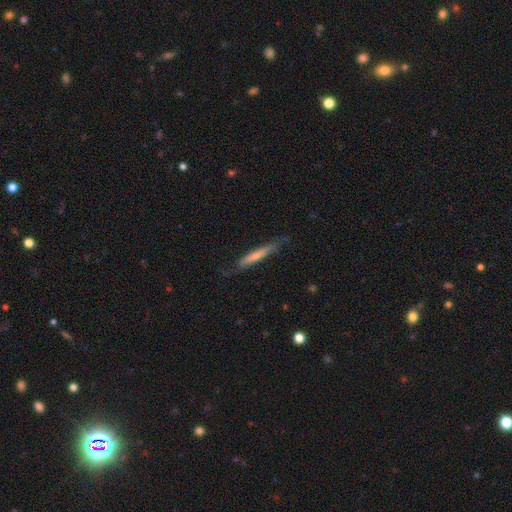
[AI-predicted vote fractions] A smooth galaxy with no disk features (54%) that is cigar-shaped (93%).

Vote fractions:
- Smooth or featured? smooth: 54% / featured or disk: 40% / star or artifact: 6%
- How rounded? cigar-shaped: 93% / in between: 5% / round: 1%
- Merging? none: 72% / minor disturbance: 21% / major disturbance: 6% / merger: 2%